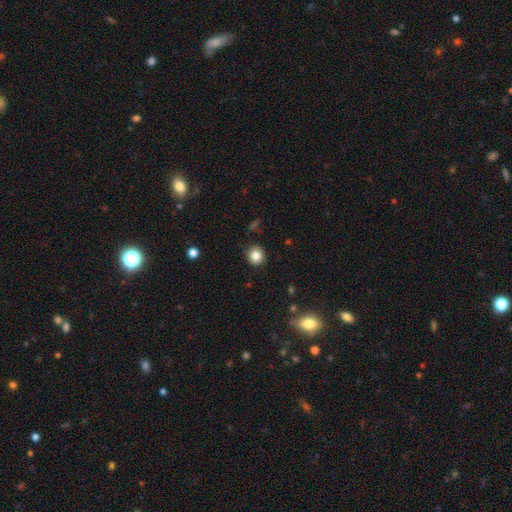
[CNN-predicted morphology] smooth-or-featured: smooth: 83% | star or artifact: 11% | featured or disk: 7%
  how-rounded: round: 86% | in between: 13% | cigar-shaped: 1%
  merging: none: 90% | minor disturbance: 7% | major disturbance: 2% | merger: 1%